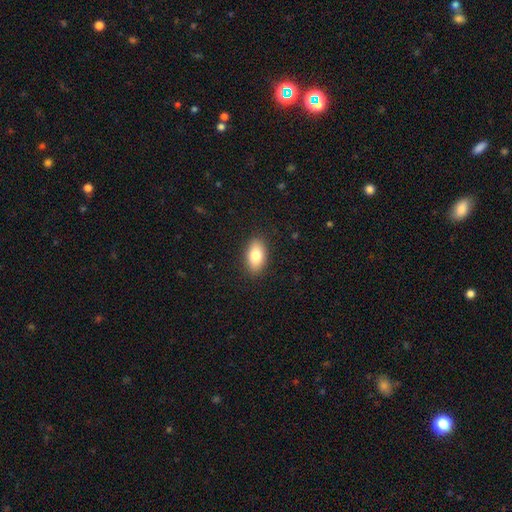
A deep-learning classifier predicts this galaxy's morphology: Smooth or featured: smooth — 81% (featured or disk — 12%)
How rounded: in between — 91% (round — 6%)
Merging: none — 88% (minor disturbance — 9%)